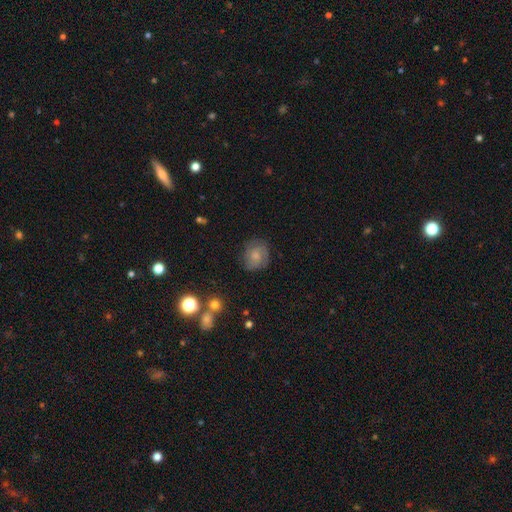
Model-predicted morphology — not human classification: A smooth galaxy with no disk features (51%) that is round (70%). Merging: none (76%).